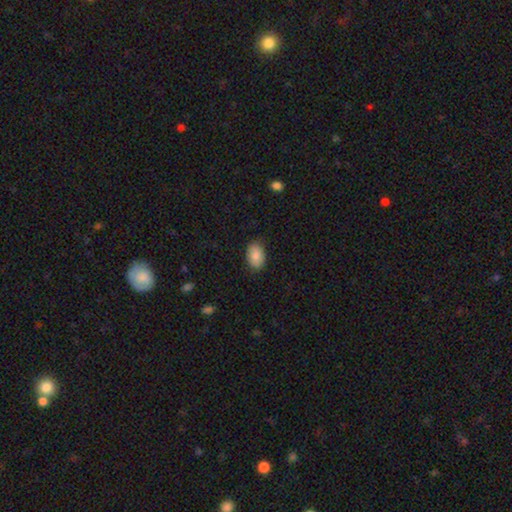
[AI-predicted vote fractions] Morphology: type=smooth (87%); roundness=in between (88%); merging=none (85%).